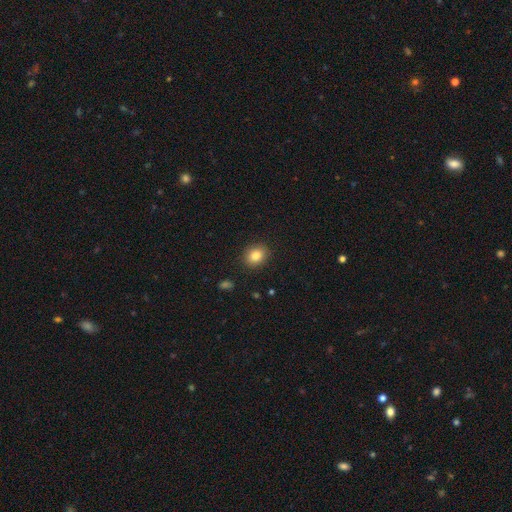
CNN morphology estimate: Overall: smooth (84%). How rounded: round (55%; in between 44%). Merging: none (89%).